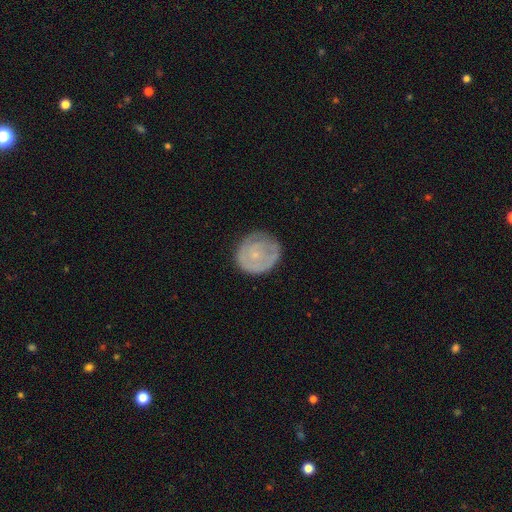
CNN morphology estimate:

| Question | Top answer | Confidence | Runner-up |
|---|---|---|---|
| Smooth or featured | featured or disk | 47% | smooth (46%) |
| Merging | none | 74% | minor disturbance (18%) |